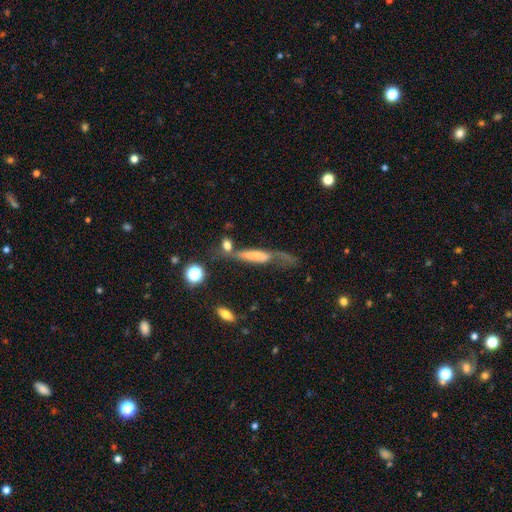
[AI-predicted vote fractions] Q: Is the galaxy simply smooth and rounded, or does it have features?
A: smooth — 49%.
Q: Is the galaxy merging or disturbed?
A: major disturbance — 31%.